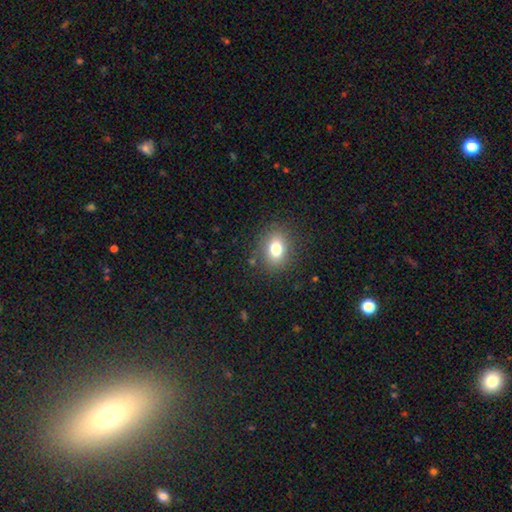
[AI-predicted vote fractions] The model was most divided on "how rounded": in between: 52%, round: 46%, cigar-shaped: 2%. More confident: merging — none (89%); smooth or featured — smooth (73%).